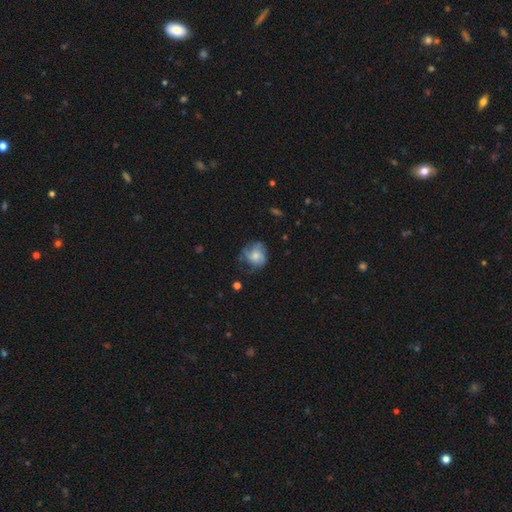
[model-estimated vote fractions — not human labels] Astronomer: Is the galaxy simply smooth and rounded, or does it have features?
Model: featured or disk — 46% (runner-up: smooth, 44%).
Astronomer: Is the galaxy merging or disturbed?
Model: none — 54%.